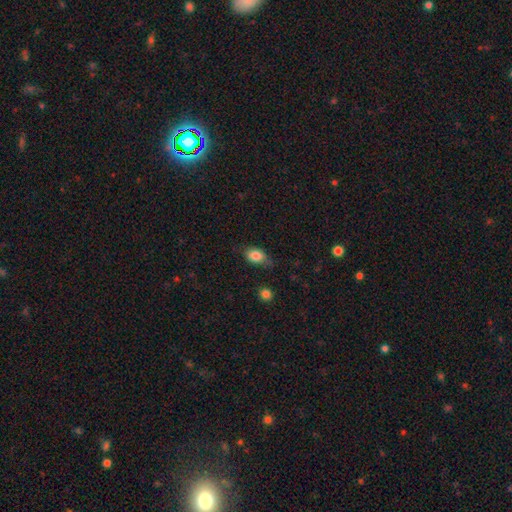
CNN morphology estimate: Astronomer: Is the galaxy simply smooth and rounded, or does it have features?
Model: smooth — 83%.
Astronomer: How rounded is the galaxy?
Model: in between — 80%.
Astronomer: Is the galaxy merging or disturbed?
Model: none — 67%.